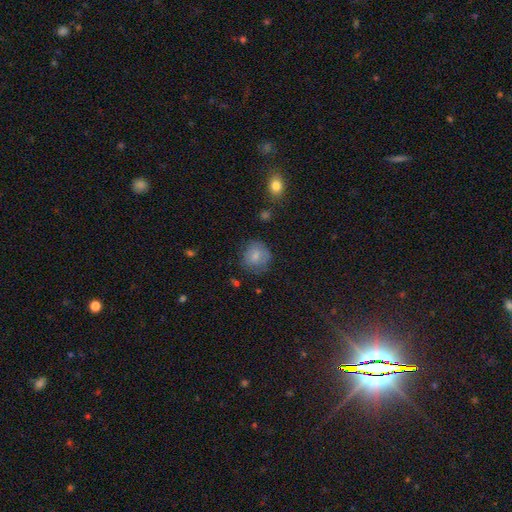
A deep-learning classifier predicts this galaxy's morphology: Smooth or featured? Predicted: smooth (p=0.76). How rounded? Predicted: round (p=0.83). Merging? Predicted: none (p=0.68).